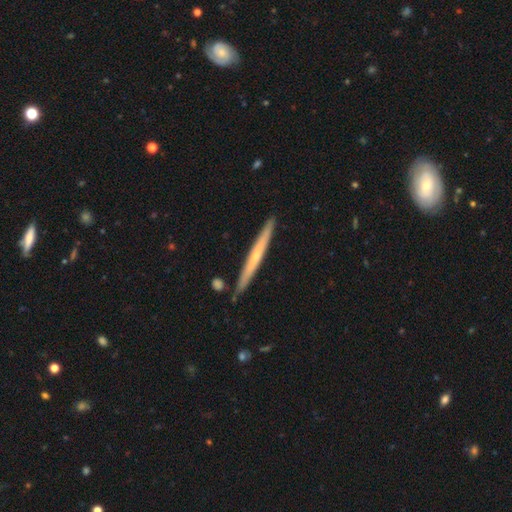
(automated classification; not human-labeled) Smooth or featured? Predicted: featured or disk (p=0.56). Edge-on disk? Predicted: yes (p=0.96). Edge-on bulge? Predicted: none (p=0.58). Merging? Predicted: none (p=0.88).